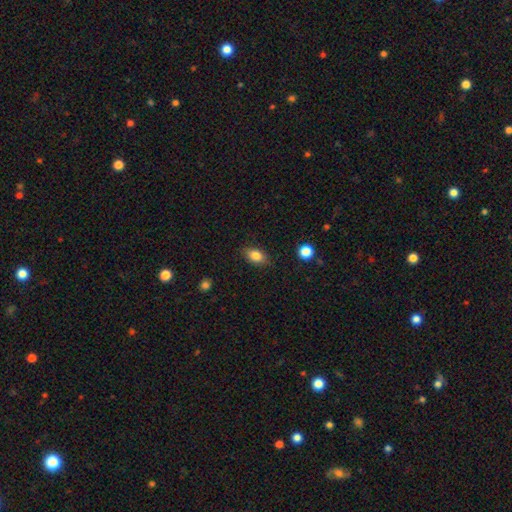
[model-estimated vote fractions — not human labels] The model was most divided on "smooth or featured": smooth: 81%, featured or disk: 10%, star or artifact: 9%. More confident: merging — none (84%); how rounded — in between (83%).